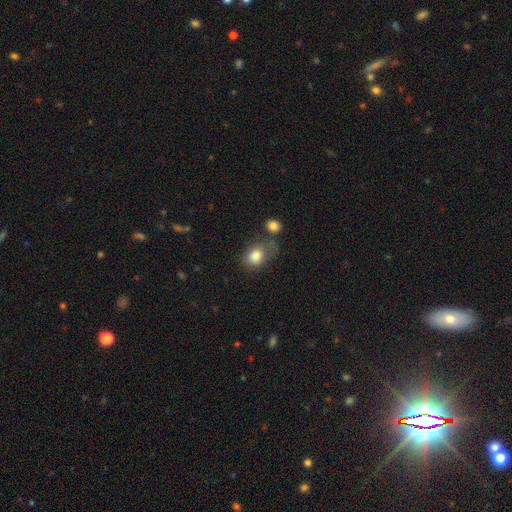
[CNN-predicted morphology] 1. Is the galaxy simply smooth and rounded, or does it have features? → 81% smooth, 10% featured or disk, 9% star or artifact.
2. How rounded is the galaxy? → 54% in between, 45% round, 1% cigar-shaped.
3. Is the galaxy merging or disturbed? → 44% none, 25% minor disturbance, 16% merger, 14% major disturbance.